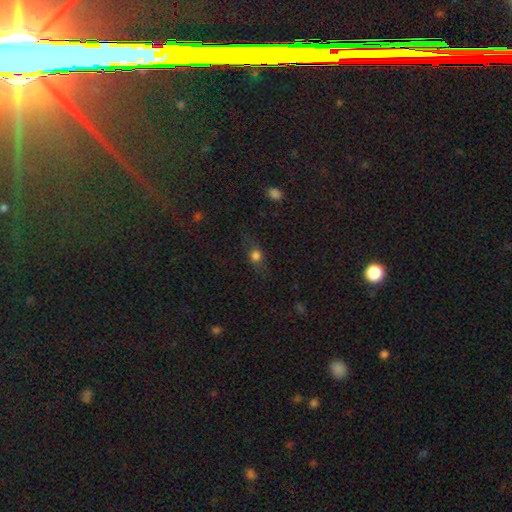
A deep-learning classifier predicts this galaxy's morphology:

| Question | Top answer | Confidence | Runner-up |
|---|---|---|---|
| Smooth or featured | smooth | 62% | featured or disk (20%) |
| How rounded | round | 52% | in between (36%) |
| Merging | none | 78% | minor disturbance (14%) |